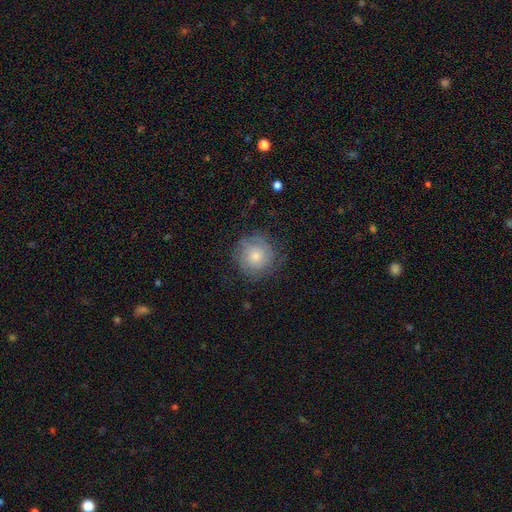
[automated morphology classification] This is possibly a smooth galaxy (54%). How rounded: clearly round (92%). Merging: likely none (72%).